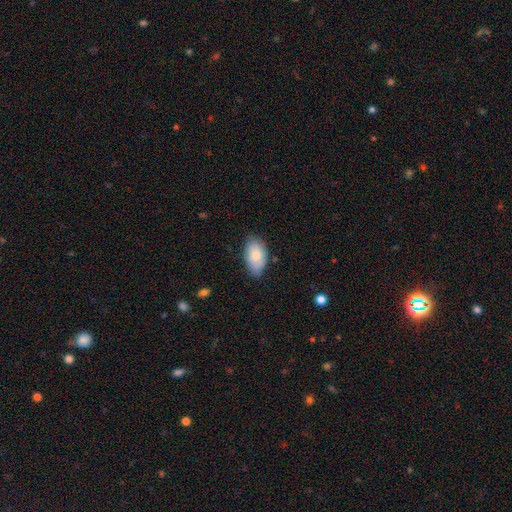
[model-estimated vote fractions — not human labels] smooth 79%, featured or disk 15%, star or artifact 6%. Down the decision tree: how rounded — in between (94%); merging — none (71%).